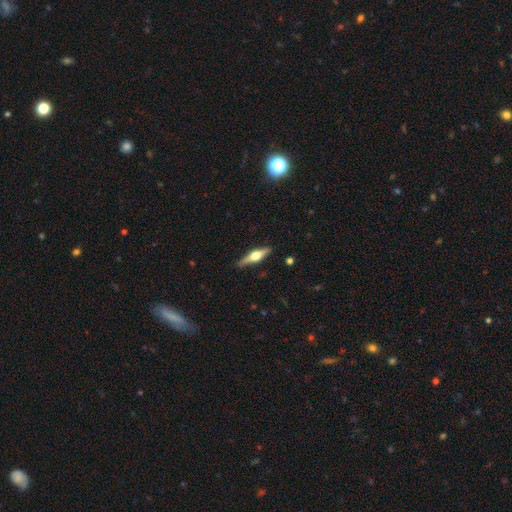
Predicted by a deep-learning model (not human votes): Smooth or featured? Predicted: featured or disk (p=0.67). Edge-on disk? Predicted: yes (p=0.97). Edge-on bulge? Predicted: rounded (p=0.94). Merging? Predicted: none (p=0.87).